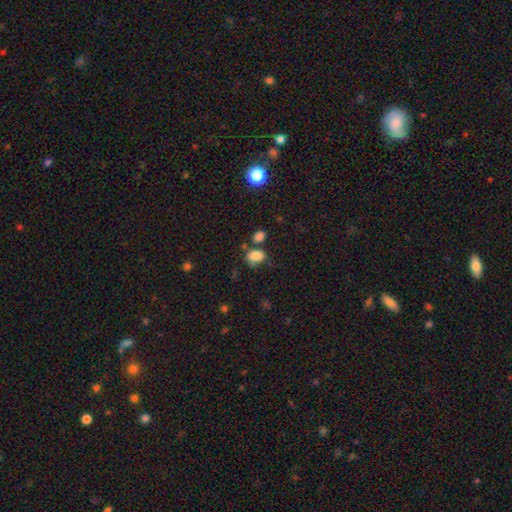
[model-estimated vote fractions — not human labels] smooth 82%, star or artifact 11%, featured or disk 6%. Down the decision tree: how rounded — in between (74%); merging — none (50%).